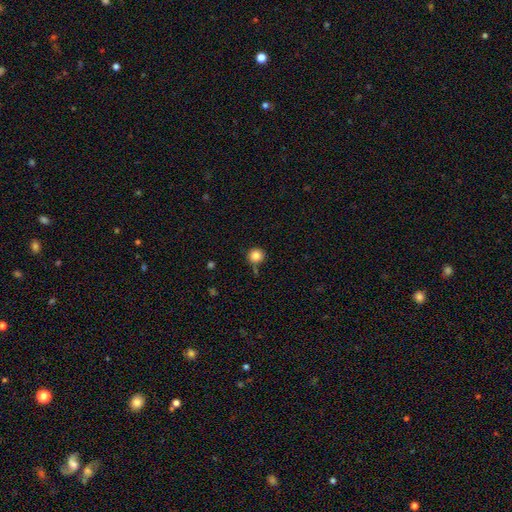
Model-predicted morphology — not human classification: smooth 83%, star or artifact 11%, featured or disk 6%. Down the decision tree: how rounded — round (93%); merging — none (77%).